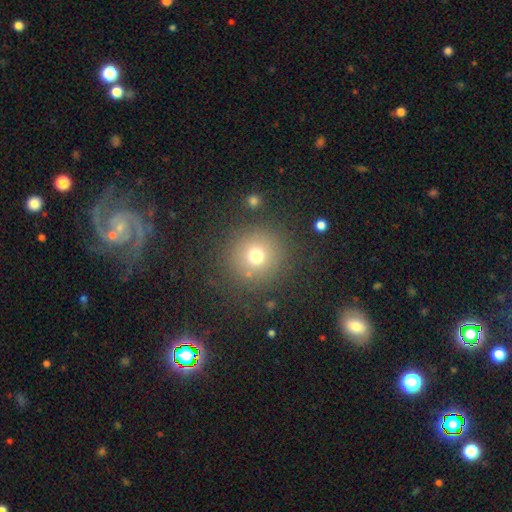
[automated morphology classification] type=smooth (70%); roundness=round (94%); merging=none (83%).